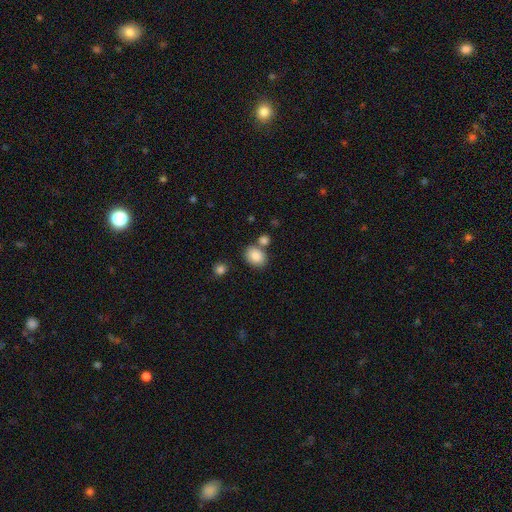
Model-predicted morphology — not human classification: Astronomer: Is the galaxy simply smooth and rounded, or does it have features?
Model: smooth — 86%.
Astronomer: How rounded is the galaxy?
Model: in between — 59% (runner-up: round, 40%).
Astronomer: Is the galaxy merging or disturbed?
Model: none — 66%.